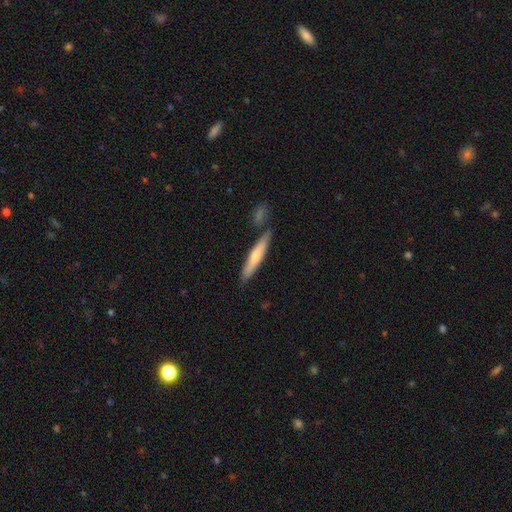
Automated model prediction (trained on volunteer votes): Q: Smooth or featured?
A: smooth (59%); runner-up: featured or disk (36%)
Q: How rounded?
A: cigar-shaped (89%); runner-up: in between (9%)
Q: Merging?
A: none (74%); runner-up: minor disturbance (13%)